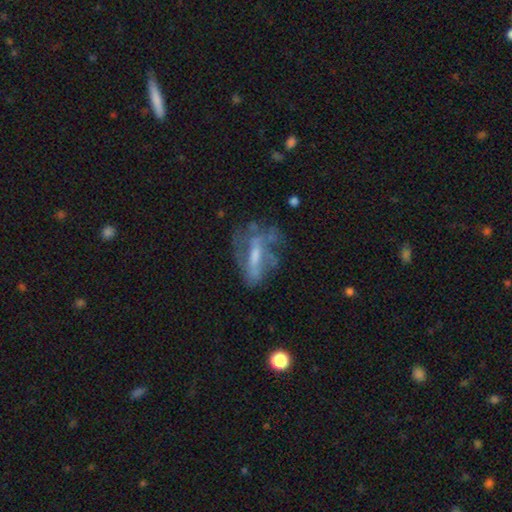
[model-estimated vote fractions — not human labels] Smooth or featured? featured or disk (64%)
Edge-on disk? no (82%)
Bar? no (36%)
Spiral arms? no (57%)
Bulge size? moderate (39%)
Merging? none (46%)